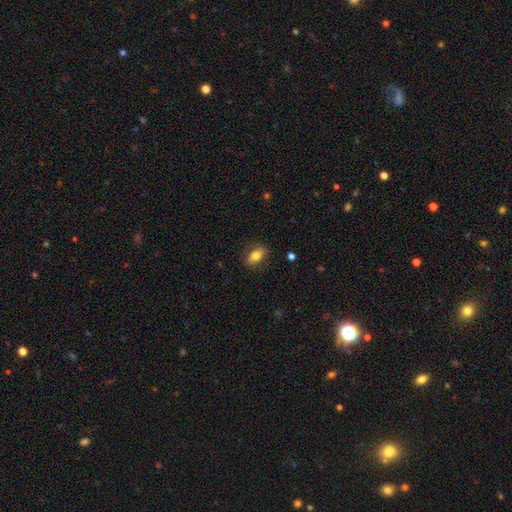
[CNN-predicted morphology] A smooth galaxy with no disk features (75%) that is in between round and cigar-shaped (83%).

Vote fractions:
- Smooth or featured? smooth: 75% / featured or disk: 17% / star or artifact: 7%
- How rounded? in between: 83% / cigar-shaped: 9% / round: 8%
- Merging? none: 85% / minor disturbance: 11% / major disturbance: 3% / merger: 1%